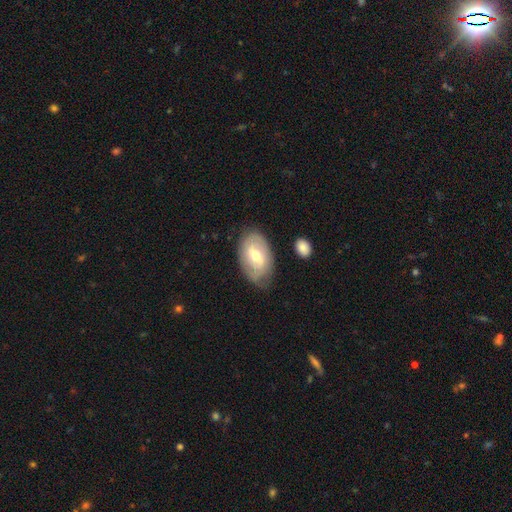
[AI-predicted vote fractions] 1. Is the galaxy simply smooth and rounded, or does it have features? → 59% featured or disk, 35% smooth, 6% star or artifact.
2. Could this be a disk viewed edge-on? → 94% no, 6% yes.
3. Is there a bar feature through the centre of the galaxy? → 55% weak, 26% no, 19% strong.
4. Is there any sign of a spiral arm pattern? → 73% yes, 27% no.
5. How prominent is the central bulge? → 66% moderate, 28% small, 4% large, 1% none, 1% dominant.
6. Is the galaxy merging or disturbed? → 70% none, 21% minor disturbance, 6% major disturbance, 3% merger.